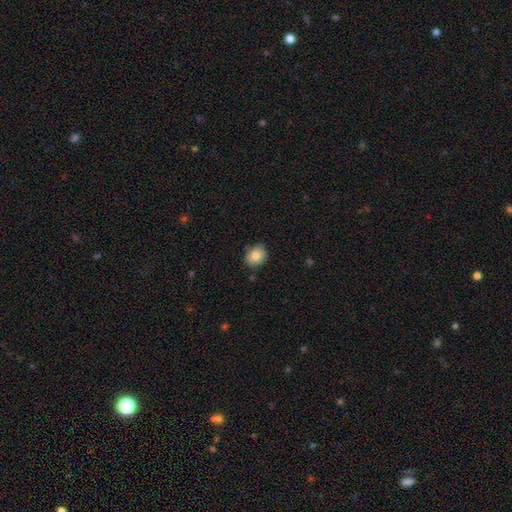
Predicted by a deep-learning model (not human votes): Morphology: type=smooth (83%); roundness=round (62%); merging=none (82%).